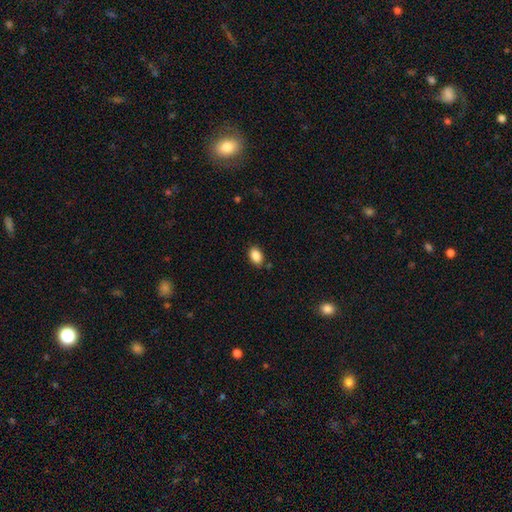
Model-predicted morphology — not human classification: A smooth galaxy with no disk features (88%) that is in between round and cigar-shaped (87%).

Vote fractions:
- Smooth or featured? smooth: 88% / star or artifact: 8% / featured or disk: 3%
- How rounded? in between: 87% / round: 12% / cigar-shaped: 1%
- Merging? none: 84% / minor disturbance: 11% / major disturbance: 2% / merger: 2%